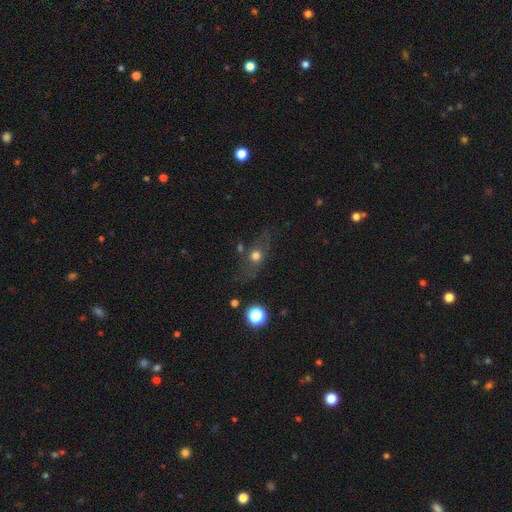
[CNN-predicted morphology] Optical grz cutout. It shows a smooth galaxy with no disk features (55%) that is round (56%). Merging: none (62%).